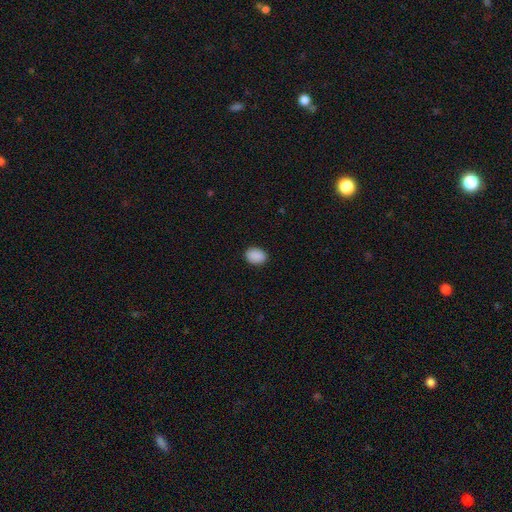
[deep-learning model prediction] Smooth or featured? Predicted: smooth (p=0.90). How rounded? Predicted: in between (p=0.73). Merging? Predicted: none (p=0.90).